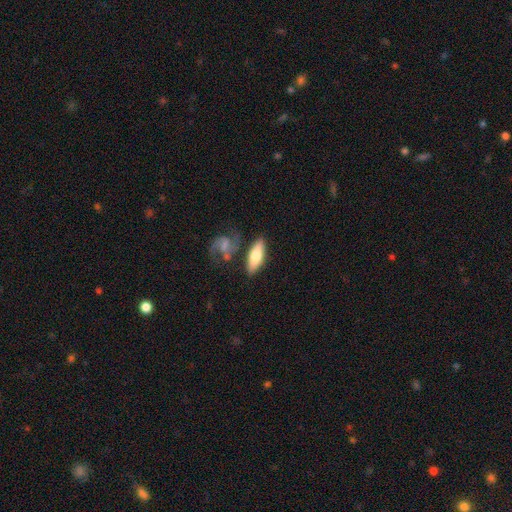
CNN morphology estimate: A smooth galaxy with no disk features (65%) that is in between round and cigar-shaped (62%). Merging: none (68%).